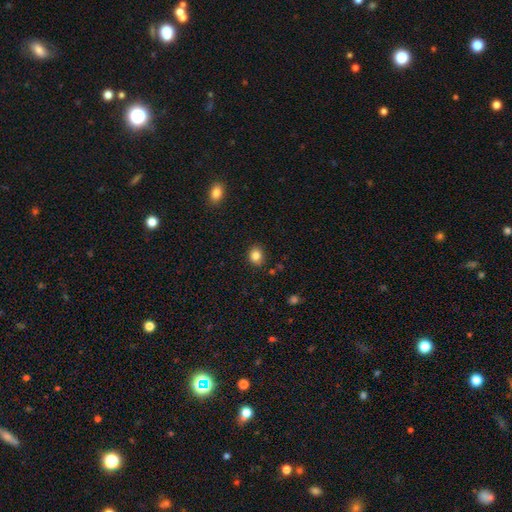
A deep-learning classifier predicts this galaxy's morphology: Smooth or featured? Predicted: smooth (p=0.84). How rounded? Predicted: round (p=0.70). Merging? Predicted: none (p=0.86).